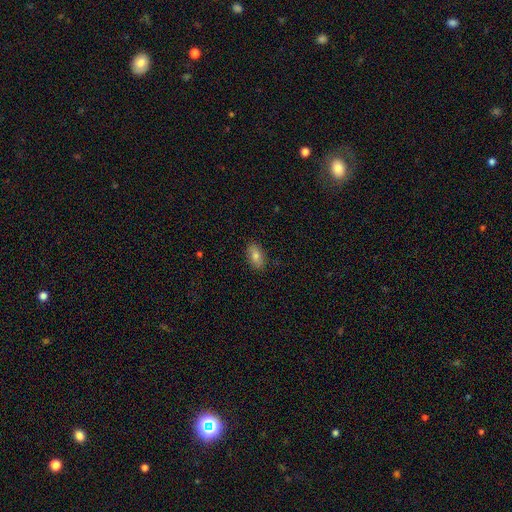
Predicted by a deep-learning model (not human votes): Smooth or featured? smooth (77%)
How rounded? in between (90%)
Merging? none (86%)